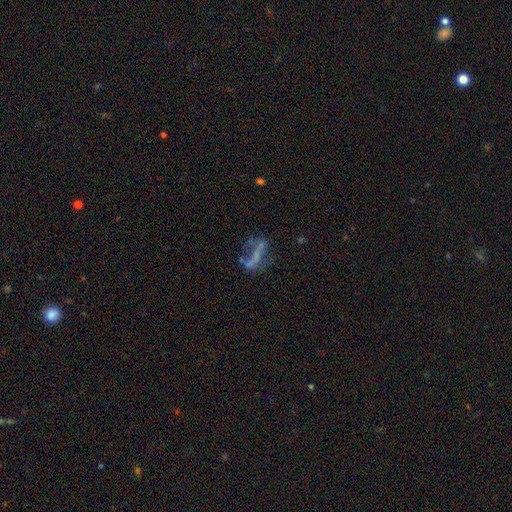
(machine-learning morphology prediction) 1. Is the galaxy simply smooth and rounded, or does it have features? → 49% featured or disk, 33% smooth, 18% star or artifact.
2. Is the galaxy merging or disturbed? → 36% none, 35% major disturbance, 19% minor disturbance, 10% merger.